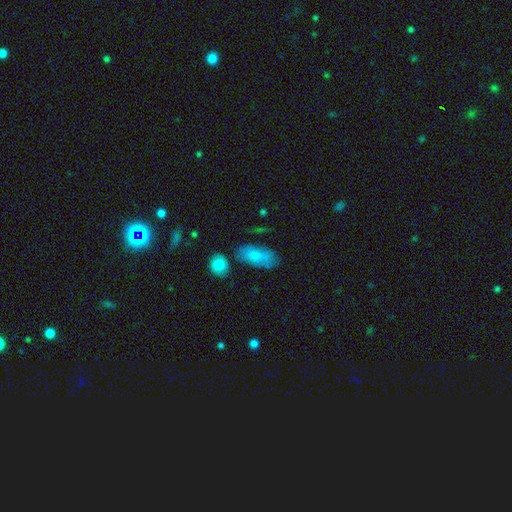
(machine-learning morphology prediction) The model was most divided on "merging": none: 65%, minor disturbance: 22%, merger: 7%, major disturbance: 7%. More confident: how rounded — in between (91%); smooth or featured — smooth (79%).